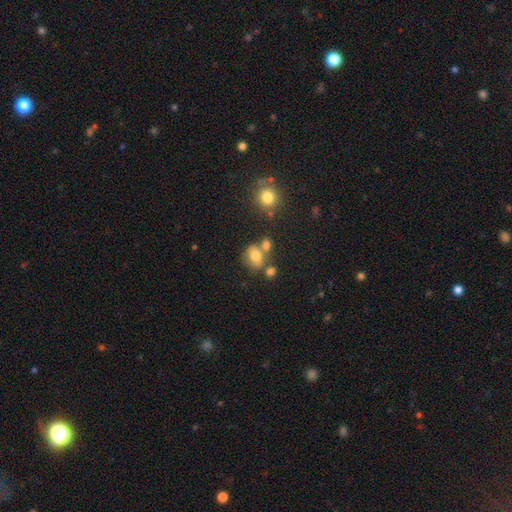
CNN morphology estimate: smooth_or_featured: smooth (p=0.73) [alt: featured or disk p=0.14]
how_rounded: in between (p=0.60) [alt: round p=0.38]
merging: none (p=0.51) [alt: merger p=0.27]